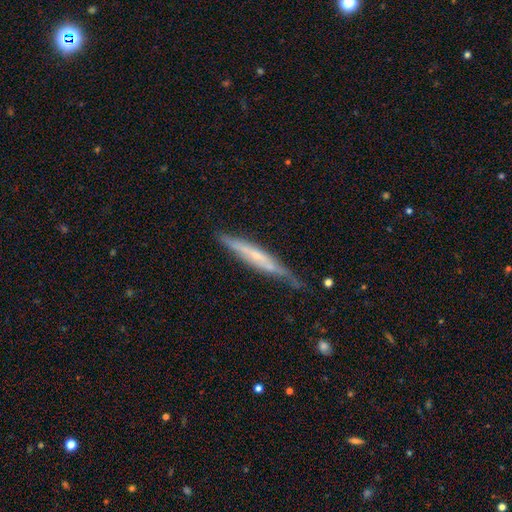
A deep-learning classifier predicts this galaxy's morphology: A featured or disk galaxy (62%) viewed edge-on (88%) with no central bulge (52%).

Vote fractions:
- Smooth or featured? featured or disk: 62% / smooth: 32% / star or artifact: 6%
- Edge-on disk? yes: 88% / no: 12%
- Edge-on bulge? none: 52% / rounded: 36% / boxy: 11%
- Merging? none: 66% / minor disturbance: 26% / major disturbance: 5% / merger: 2%